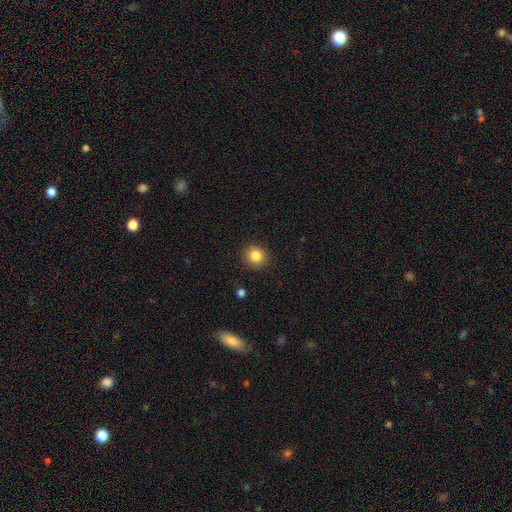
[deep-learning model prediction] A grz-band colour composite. It shows a smooth galaxy with no disk features (84%) that is round (87%). Merging: none (90%).